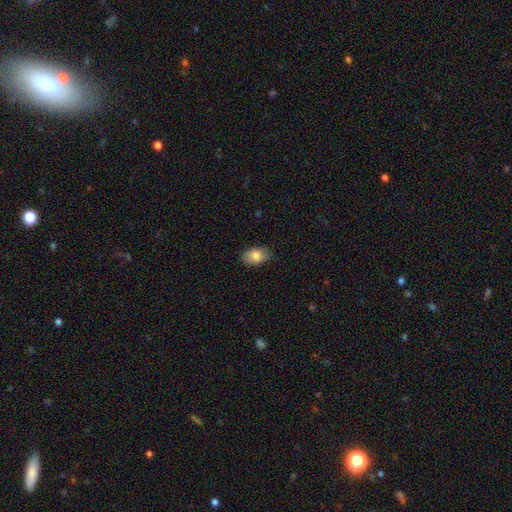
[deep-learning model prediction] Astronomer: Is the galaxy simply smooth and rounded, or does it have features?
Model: smooth — 82%.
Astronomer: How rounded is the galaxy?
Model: in between — 88%.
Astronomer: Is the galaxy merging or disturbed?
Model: none — 81%.